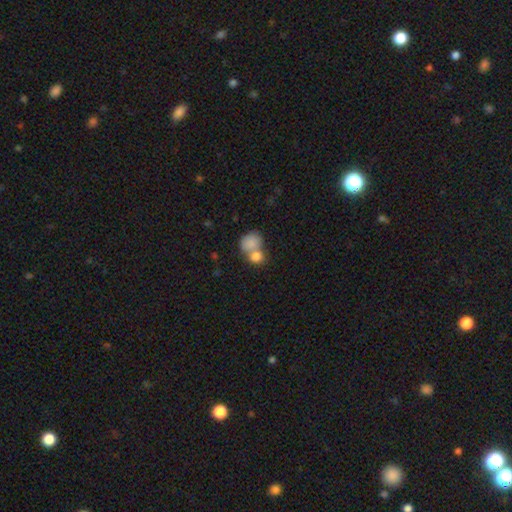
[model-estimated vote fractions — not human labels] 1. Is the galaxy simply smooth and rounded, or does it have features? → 82% smooth, 10% featured or disk, 8% star or artifact.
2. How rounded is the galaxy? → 64% round, 34% in between, 1% cigar-shaped.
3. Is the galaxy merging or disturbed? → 60% merger, 29% none, 8% minor disturbance, 4% major disturbance.